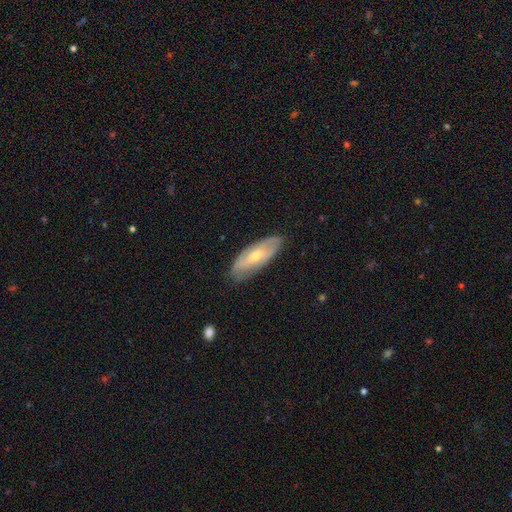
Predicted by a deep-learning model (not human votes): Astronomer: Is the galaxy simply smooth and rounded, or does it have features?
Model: featured or disk — 50% (runner-up: smooth, 44%).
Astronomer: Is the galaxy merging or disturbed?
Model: none — 79%.